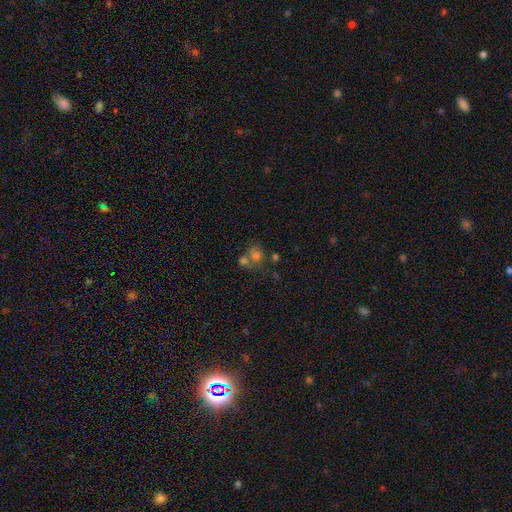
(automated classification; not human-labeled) Q: Smooth or featured?
A: smooth (66%); runner-up: star or artifact (18%)
Q: How rounded?
A: round (71%); runner-up: in between (28%)
Q: Merging?
A: merger (44%); runner-up: none (39%)